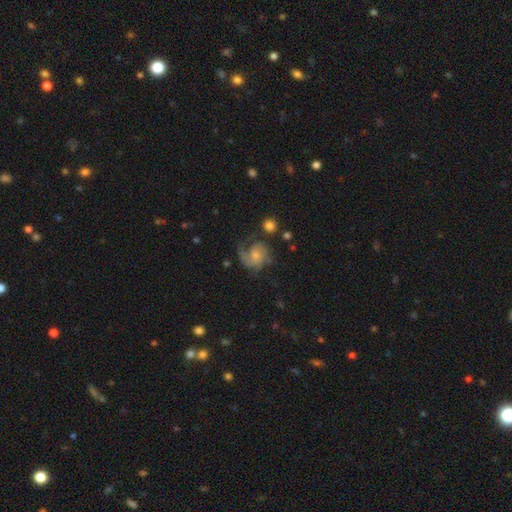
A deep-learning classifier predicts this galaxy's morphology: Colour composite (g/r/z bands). It shows a featured or disk galaxy (69%) with no bar (70%), 1 (41%) medium (43%) spiral arms (91%) and a small central bulge (42%). Merging: none (48%).